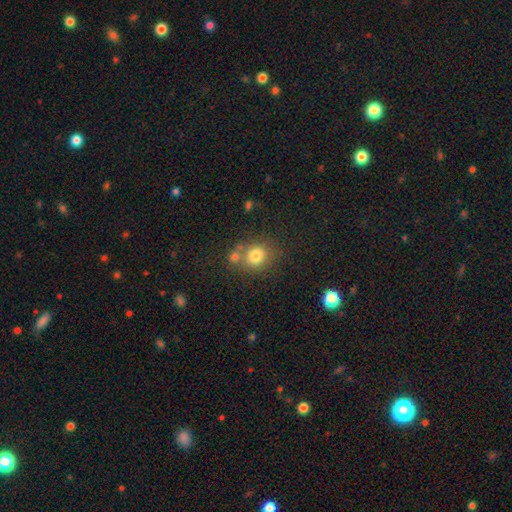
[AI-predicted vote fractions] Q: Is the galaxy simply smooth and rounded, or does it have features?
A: smooth — 78%.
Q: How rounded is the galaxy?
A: round — 79%.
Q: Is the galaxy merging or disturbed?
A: none — 61%.